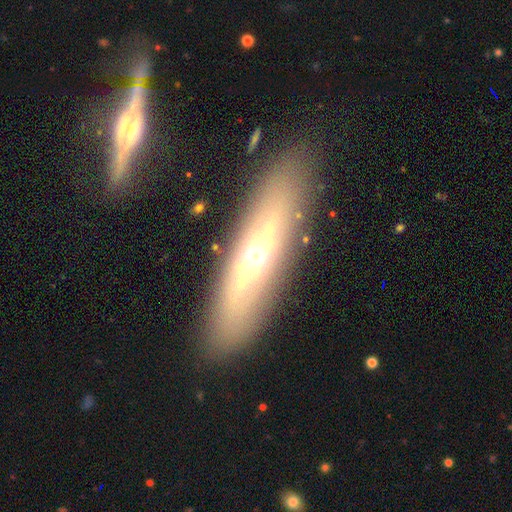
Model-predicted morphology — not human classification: The model was most divided on "edge-on disk": yes: 53%, no: 47%. More confident: merging — none (84%); smooth or featured — featured or disk (60%).